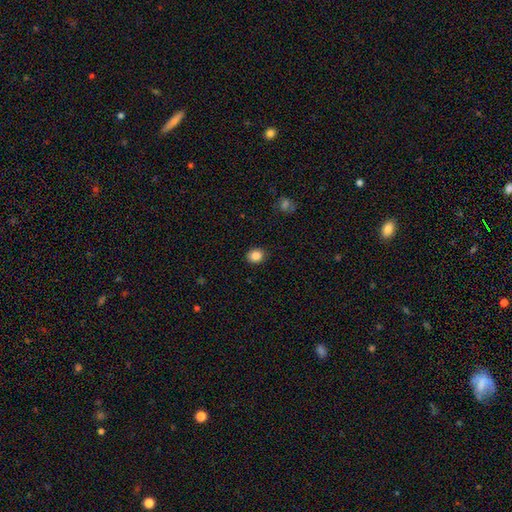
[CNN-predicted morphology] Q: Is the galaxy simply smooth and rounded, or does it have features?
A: smooth — 86%.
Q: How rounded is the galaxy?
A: round — 68%.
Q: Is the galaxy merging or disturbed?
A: none — 89%.